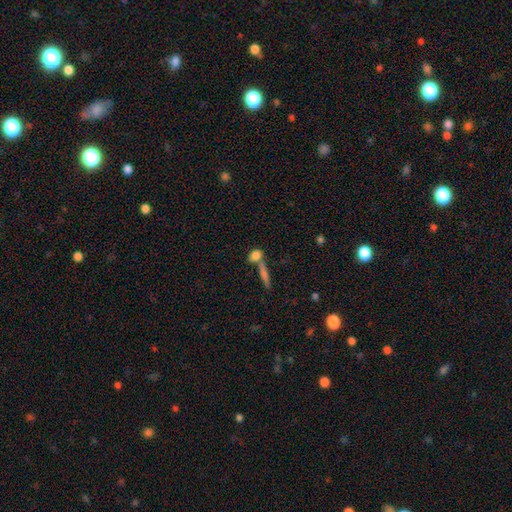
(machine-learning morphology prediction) smooth-or-featured: smooth: 77% | featured or disk: 13% | star or artifact: 9%
  how-rounded: in between: 50% | round: 30% | cigar-shaped: 20%
  merging: none: 49% | merger: 37% | minor disturbance: 10% | major disturbance: 5%